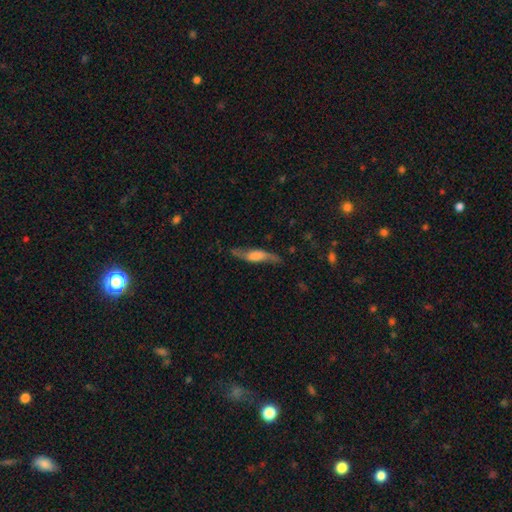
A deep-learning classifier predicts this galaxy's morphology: Smooth or featured? featured or disk (59%)
Edge-on disk? yes (56%)
Merging? none (70%)